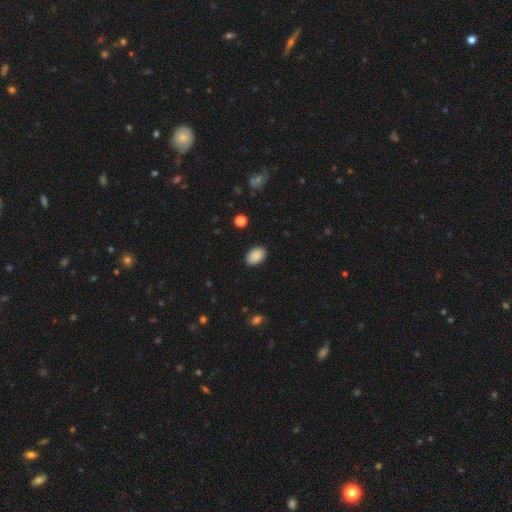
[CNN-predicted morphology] Smooth or featured? Predicted: smooth (p=0.89). How rounded? Predicted: in between (p=0.89). Merging? Predicted: none (p=0.89).